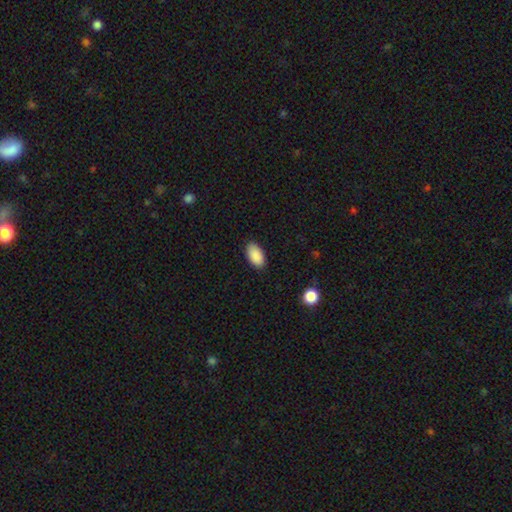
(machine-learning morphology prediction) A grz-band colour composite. It shows a smooth galaxy with no disk features (90%) that is in between round and cigar-shaped (95%). Merging: none (86%).